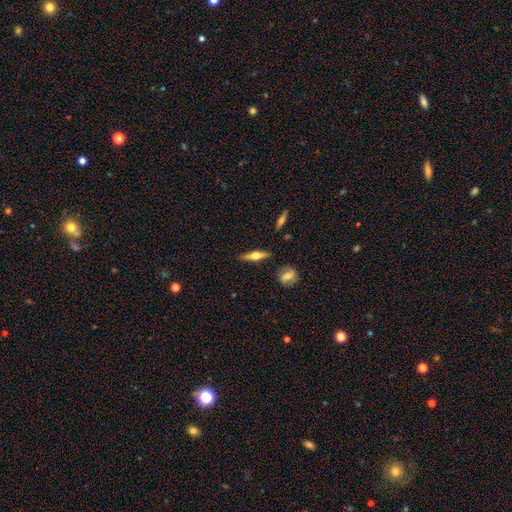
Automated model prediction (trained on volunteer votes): Smooth or featured? Predicted: featured or disk (p=0.51). Edge-on disk? Predicted: yes (p=0.93). Merging? Predicted: none (p=0.85).